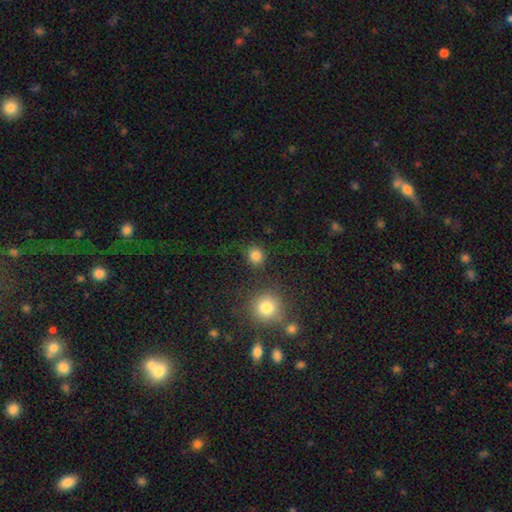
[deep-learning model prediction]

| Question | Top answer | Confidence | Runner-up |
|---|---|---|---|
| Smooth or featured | smooth | 82% | star or artifact (14%) |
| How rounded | round | 87% | in between (12%) |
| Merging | none | 81% | minor disturbance (9%) |